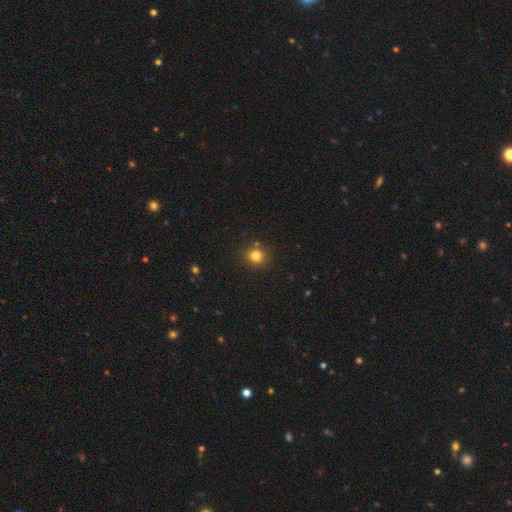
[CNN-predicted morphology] This is clearly a smooth galaxy (80%). How rounded: likely round (78%). Merging: likely none (79%).